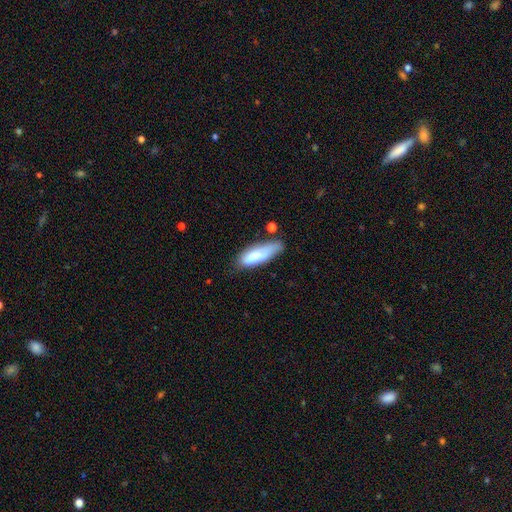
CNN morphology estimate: Smooth or featured: smooth — 75% (featured or disk — 18%)
How rounded: in between — 55% (cigar-shaped — 44%)
Merging: none — 46% (minor disturbance — 33%)